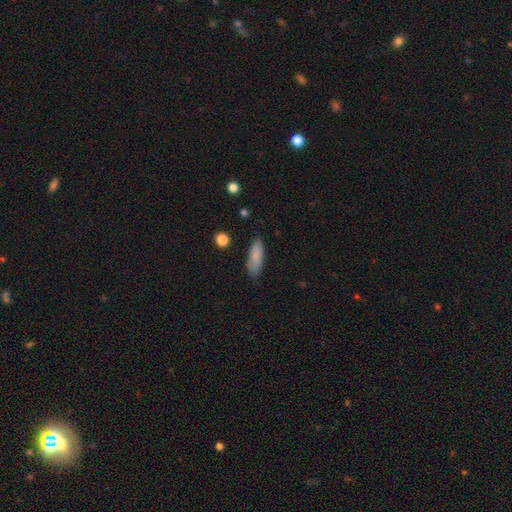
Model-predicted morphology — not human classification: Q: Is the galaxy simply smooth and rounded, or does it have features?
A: smooth — 83%.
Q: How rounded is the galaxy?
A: in between — 62%.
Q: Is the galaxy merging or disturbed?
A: none — 77%.